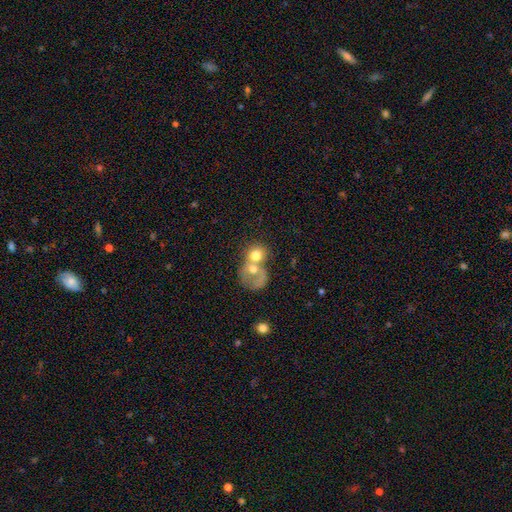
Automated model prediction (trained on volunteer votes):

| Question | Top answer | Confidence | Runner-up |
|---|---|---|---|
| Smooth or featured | smooth | 66% | featured or disk (24%) |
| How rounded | round | 72% | in between (27%) |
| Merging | merger | 69% | none (19%) |